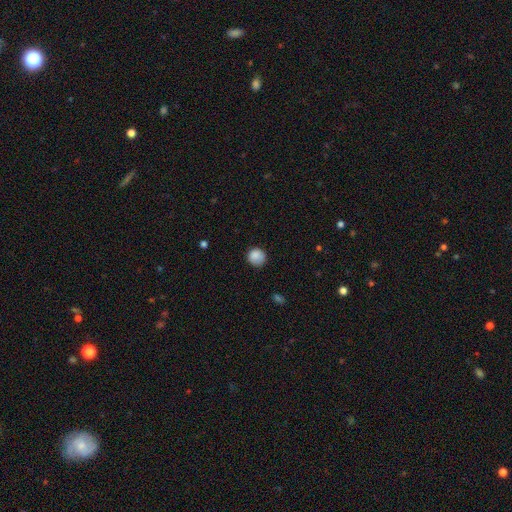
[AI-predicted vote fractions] Smooth or featured? Predicted: smooth (p=0.87). How rounded? Predicted: round (p=0.90). Merging? Predicted: none (p=0.77).